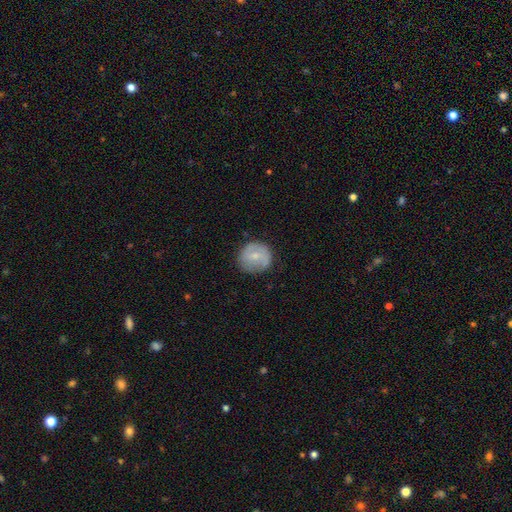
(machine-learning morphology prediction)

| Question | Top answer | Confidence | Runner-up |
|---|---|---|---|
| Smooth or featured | smooth | 56% | featured or disk (37%) |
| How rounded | round | 88% | in between (11%) |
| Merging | none | 77% | minor disturbance (17%) |